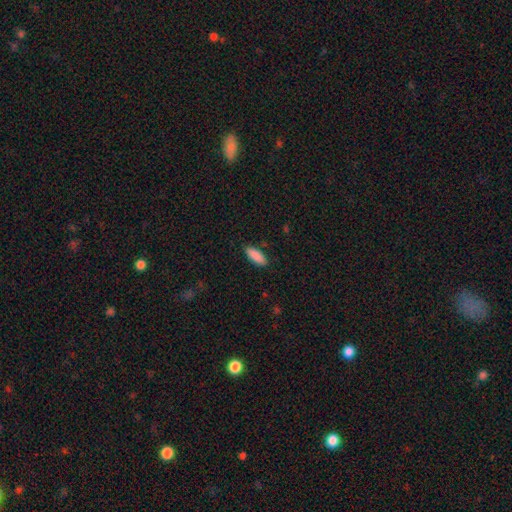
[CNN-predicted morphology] A smooth galaxy with no disk features (89%) that is in between round and cigar-shaped (73%).

Vote fractions:
- Smooth or featured? smooth: 89% / star or artifact: 6% / featured or disk: 5%
- How rounded? in between: 73% / cigar-shaped: 25% / round: 2%
- Merging? none: 87% / minor disturbance: 10% / major disturbance: 2% / merger: 1%